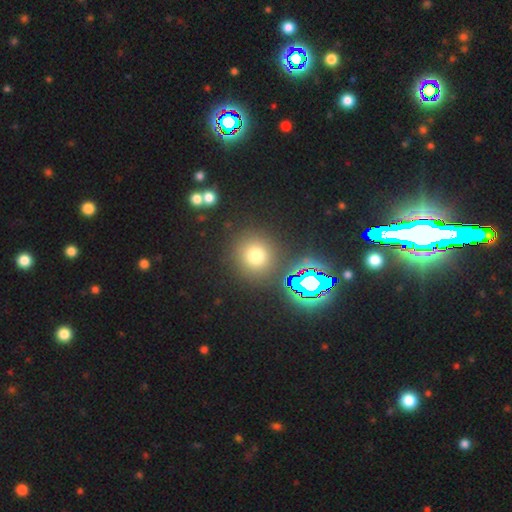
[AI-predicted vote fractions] Smooth or featured? smooth (68%)
How rounded? round (89%)
Merging? none (86%)